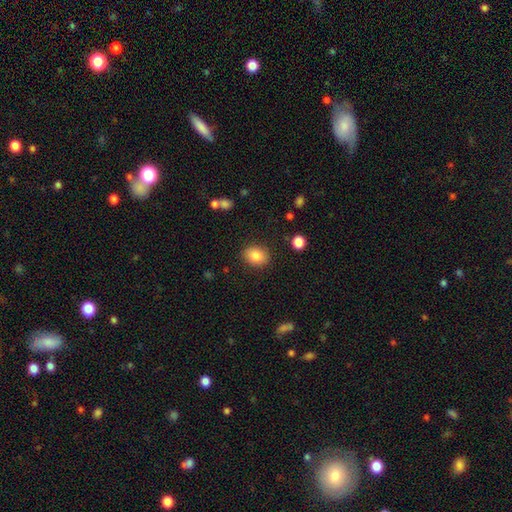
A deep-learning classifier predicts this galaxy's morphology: Q: Smooth or featured?
A: smooth (84%); runner-up: star or artifact (9%)
Q: How rounded?
A: in between (58%); runner-up: round (41%)
Q: Merging?
A: none (87%); runner-up: minor disturbance (9%)